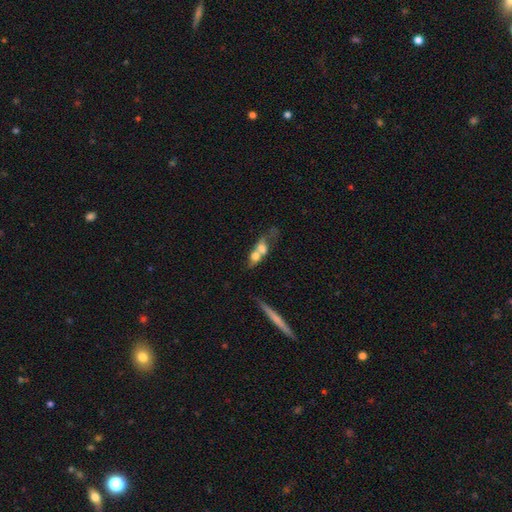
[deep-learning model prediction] Smooth or featured? smooth (57%)
How rounded? in between (47%)
Merging? merger (66%)